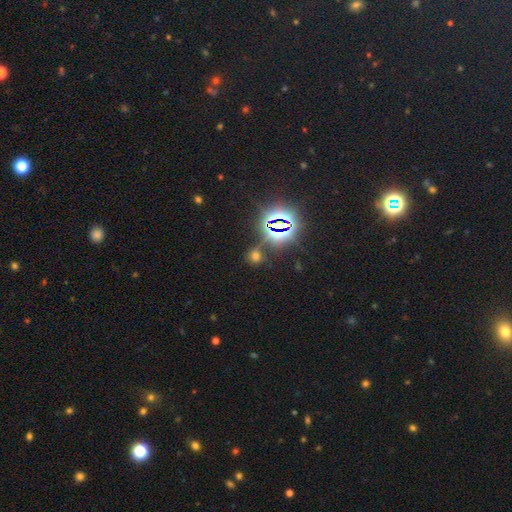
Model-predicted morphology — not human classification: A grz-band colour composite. It shows a star or artifact, not a galaxy (49%).